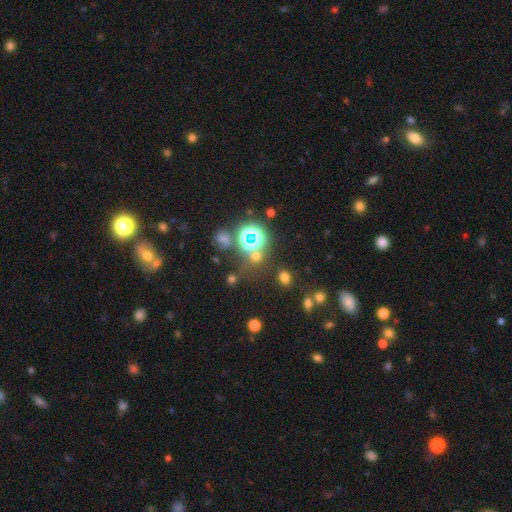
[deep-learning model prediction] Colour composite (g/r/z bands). It shows a smooth galaxy with no disk features (48%). Merging: none (71%).